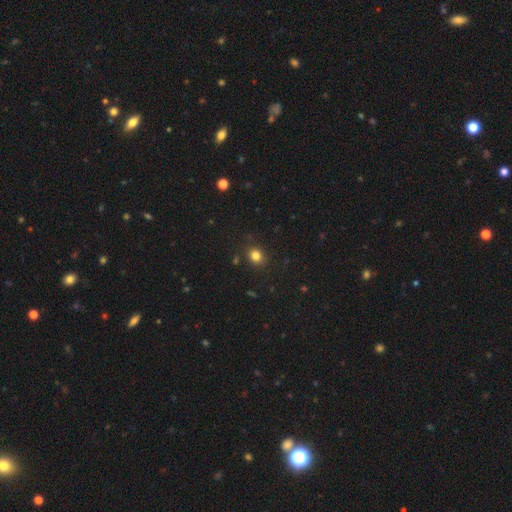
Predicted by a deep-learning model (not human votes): Morphology: type=smooth (81%); roundness=round (67%); merging=none (86%).